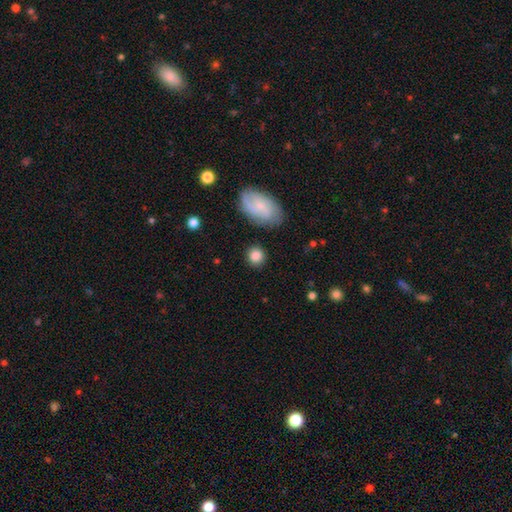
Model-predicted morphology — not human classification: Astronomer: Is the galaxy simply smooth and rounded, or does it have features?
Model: smooth — 83%.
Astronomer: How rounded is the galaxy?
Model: round — 81%.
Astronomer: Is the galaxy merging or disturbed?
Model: none — 84%.